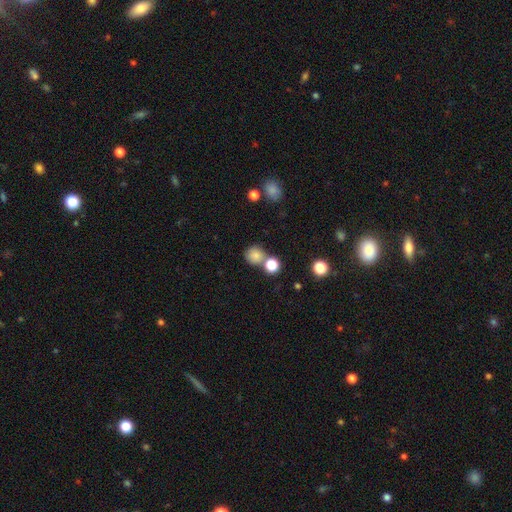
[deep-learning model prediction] Smooth or featured? smooth (81%)
How rounded? round (88%)
Merging? none (61%)